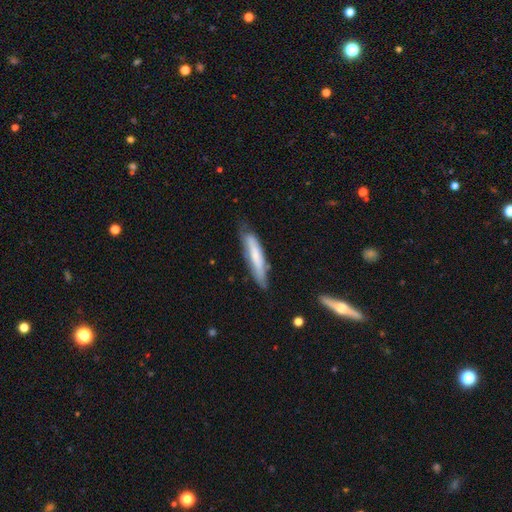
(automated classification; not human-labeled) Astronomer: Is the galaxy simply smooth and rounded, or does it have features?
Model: smooth — 53% (runner-up: featured or disk, 41%).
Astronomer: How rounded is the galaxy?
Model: cigar-shaped — 82%.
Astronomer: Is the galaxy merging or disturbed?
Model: none — 63%.